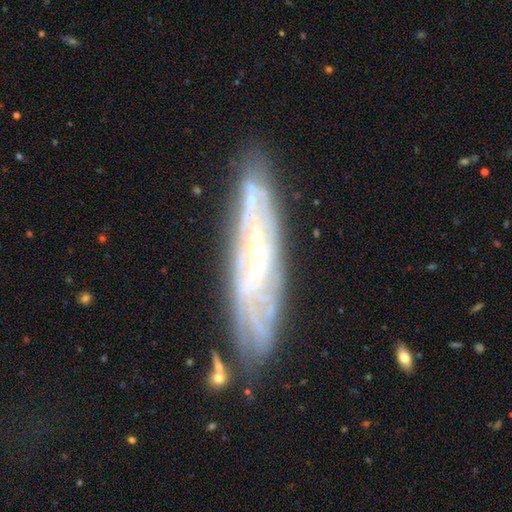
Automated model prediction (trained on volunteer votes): Overall: featured or disk (77%). Edge-on disk: no (61%; yes 39%). Merging: none (79%).